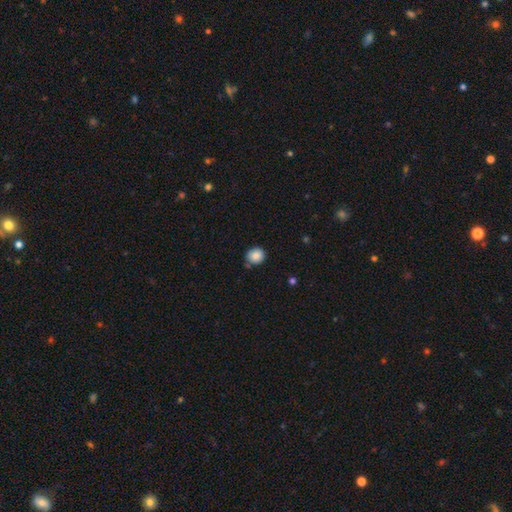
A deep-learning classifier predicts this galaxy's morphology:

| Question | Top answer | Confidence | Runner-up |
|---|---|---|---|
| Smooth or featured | smooth | 87% | star or artifact (9%) |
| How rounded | round | 81% | in between (18%) |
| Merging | none | 78% | minor disturbance (14%) |